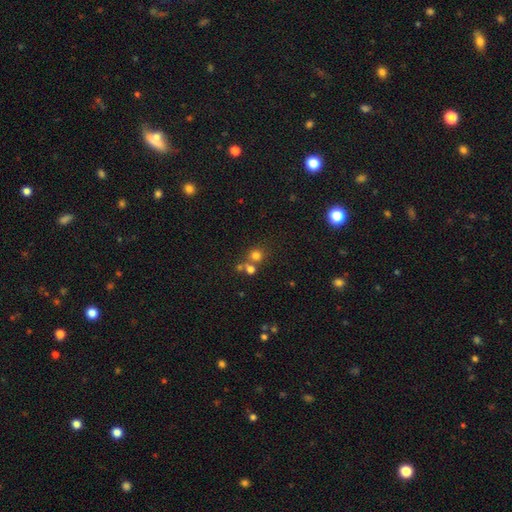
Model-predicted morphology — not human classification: Overall: smooth (74%). How rounded: round (88%). Merging: none (58%; merger 32%).